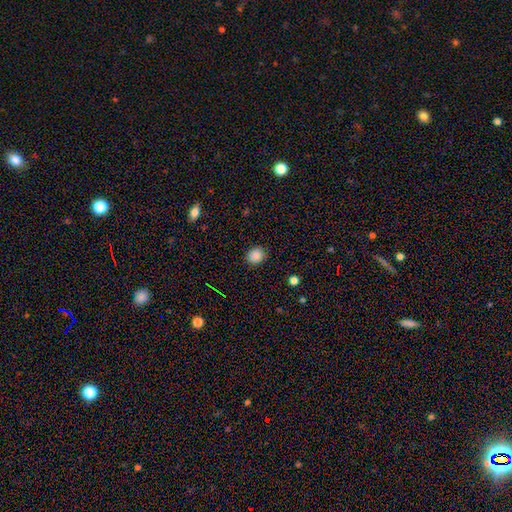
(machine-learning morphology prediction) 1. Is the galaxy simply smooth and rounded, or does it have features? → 87% smooth, 10% star or artifact, 3% featured or disk.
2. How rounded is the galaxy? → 71% round, 28% in between, 1% cigar-shaped.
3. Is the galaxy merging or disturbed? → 88% none, 9% minor disturbance, 2% major disturbance, 1% merger.